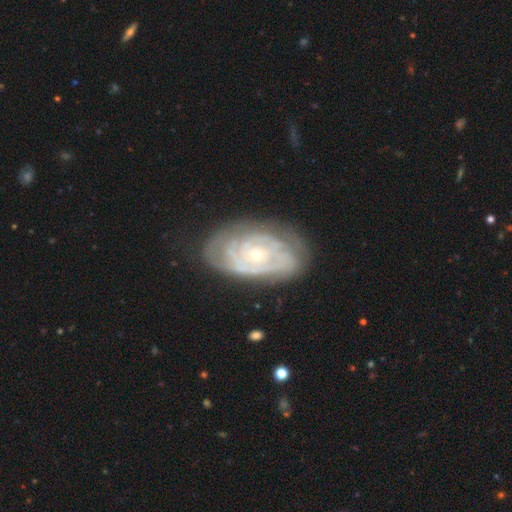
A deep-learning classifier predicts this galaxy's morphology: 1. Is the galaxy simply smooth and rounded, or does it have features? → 83% featured or disk, 12% smooth, 5% star or artifact.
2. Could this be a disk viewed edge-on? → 95% no, 5% yes.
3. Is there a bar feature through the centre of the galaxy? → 79% no, 17% weak, 4% strong.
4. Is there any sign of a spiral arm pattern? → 90% yes, 10% no.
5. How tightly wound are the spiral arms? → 78% tight, 17% medium, 4% loose.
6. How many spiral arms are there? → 46% can't tell, 21% 2, 15% 3, 8% 4, 5% more than 4, 5% 1.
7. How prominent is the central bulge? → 69% small, 28% moderate, 1% large, 1% none, 1% dominant.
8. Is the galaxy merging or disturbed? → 70% none, 21% minor disturbance, 8% major disturbance, 2% merger.